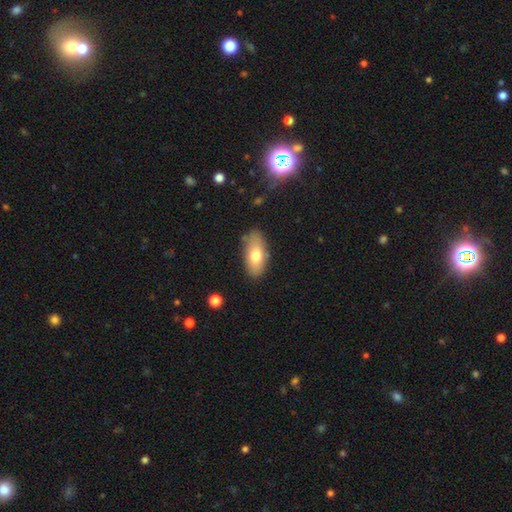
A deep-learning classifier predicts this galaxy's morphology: The model was most divided on "smooth or featured": smooth: 73%, featured or disk: 20%, star or artifact: 7%. More confident: how rounded — in between (89%); merging — none (80%).